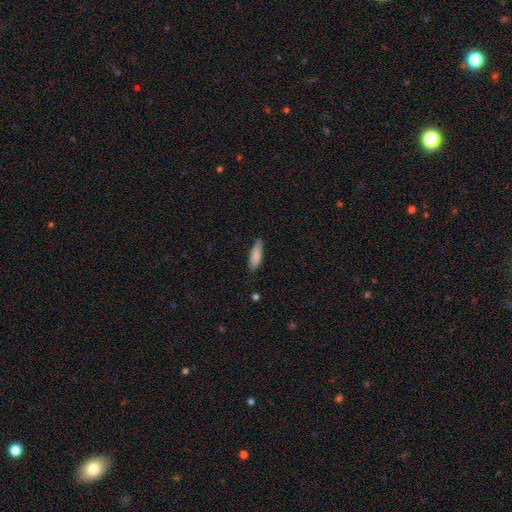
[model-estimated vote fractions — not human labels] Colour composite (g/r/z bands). It shows a smooth galaxy with no disk features (86%) that is cigar-shaped (53%). Merging: none (77%).